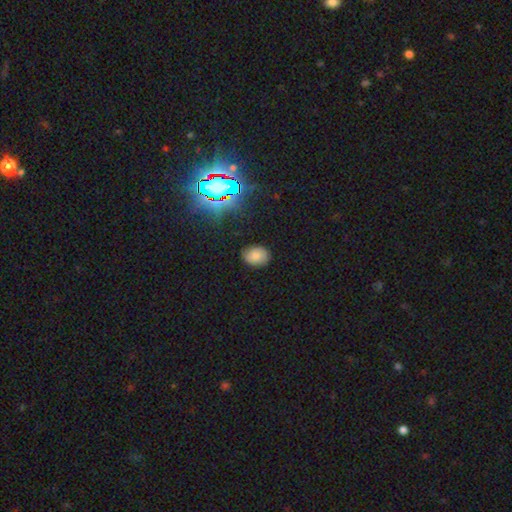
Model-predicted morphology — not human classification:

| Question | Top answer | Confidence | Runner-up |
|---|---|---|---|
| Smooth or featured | smooth | 77% | star or artifact (13%) |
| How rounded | in between | 71% | round (28%) |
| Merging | none | 82% | minor disturbance (14%) |